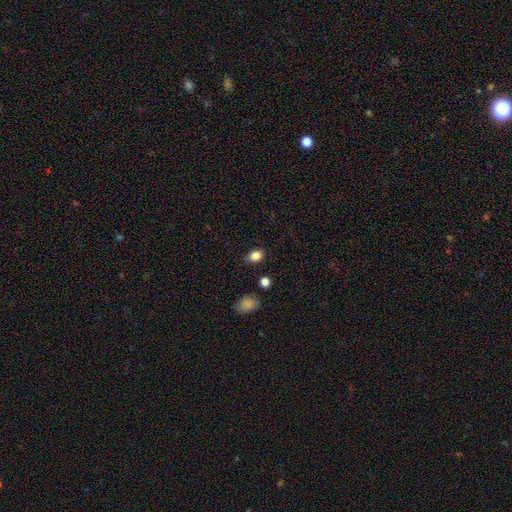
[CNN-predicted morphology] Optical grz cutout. It shows a smooth galaxy with no disk features (84%) that is in between round and cigar-shaped (71%). Merging: none (83%).